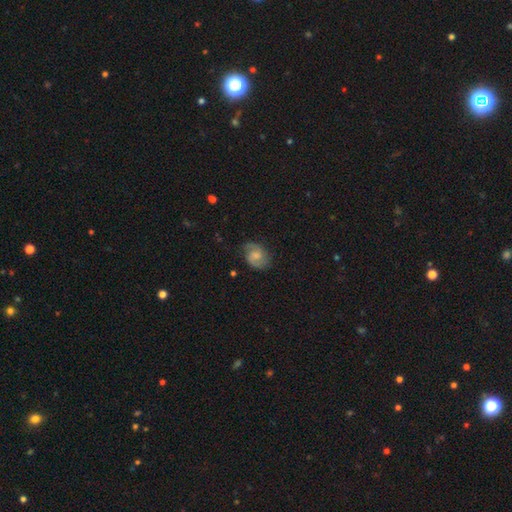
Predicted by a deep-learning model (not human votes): Morphology: type=featured or disk (70%); edge-on=no (98%); bar=no (55%); spiral arms=yes (95%); winding=medium (50%); arm count=2 (87%); bulge=moderate (40%); merging=none (74%).